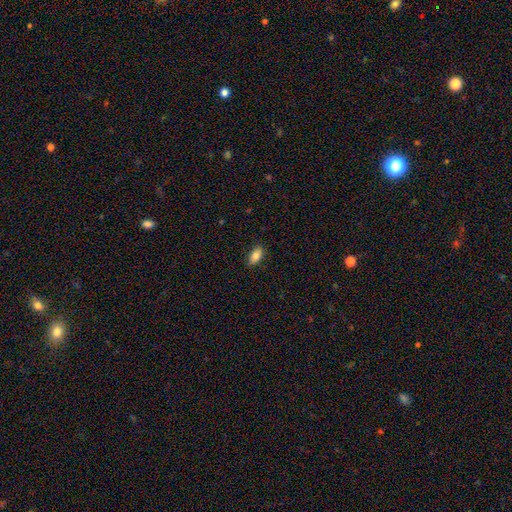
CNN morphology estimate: Q: Smooth or featured?
A: smooth (81%); runner-up: featured or disk (11%)
Q: How rounded?
A: in between (90%); runner-up: cigar-shaped (6%)
Q: Merging?
A: none (87%); runner-up: minor disturbance (10%)